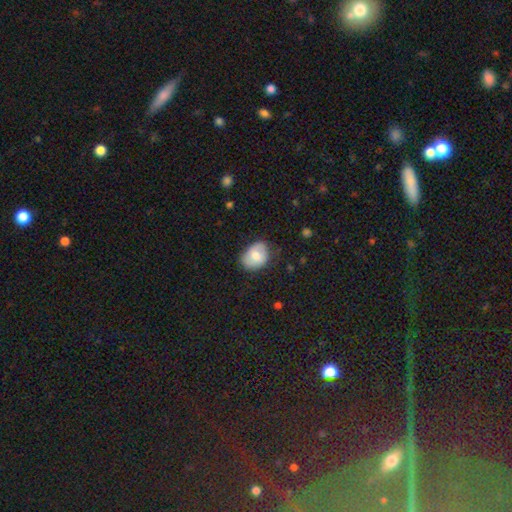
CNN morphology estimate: The model was most divided on "how rounded": in between: 63%, round: 36%, cigar-shaped: 1%. More confident: merging — none (72%); smooth or featured — smooth (72%).